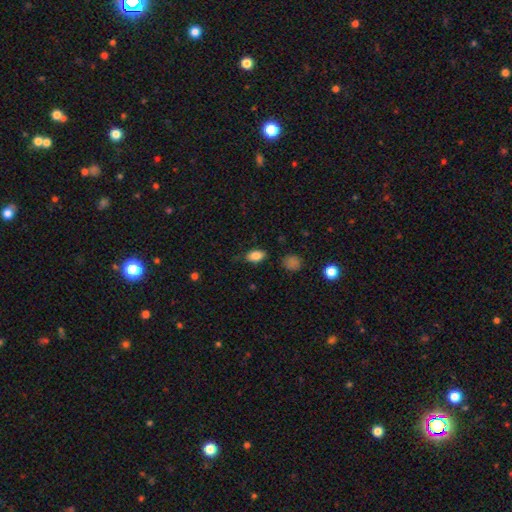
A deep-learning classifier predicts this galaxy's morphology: Smooth or featured? Predicted: smooth (p=0.84). How rounded? Predicted: in between (p=0.88). Merging? Predicted: none (p=0.77).